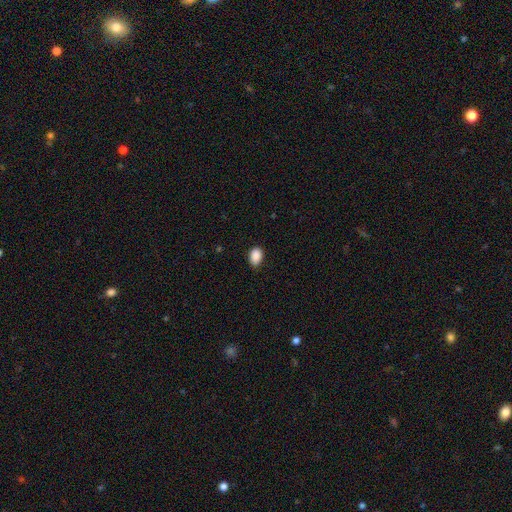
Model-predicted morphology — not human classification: Overall: smooth (89%). How rounded: in between (83%). Merging: none (80%).